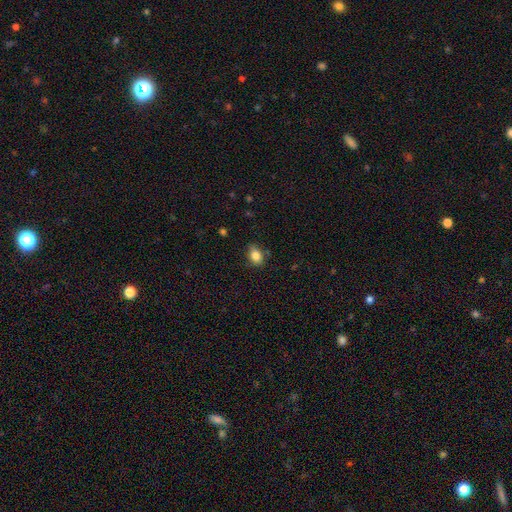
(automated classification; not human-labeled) A smooth galaxy with no disk features (84%) that is in between round and cigar-shaped (74%).

Vote fractions:
- Smooth or featured? smooth: 84% / star or artifact: 9% / featured or disk: 7%
- How rounded? in between: 74% / round: 25% / cigar-shaped: 2%
- Merging? none: 73% / minor disturbance: 21% / major disturbance: 4% / merger: 2%